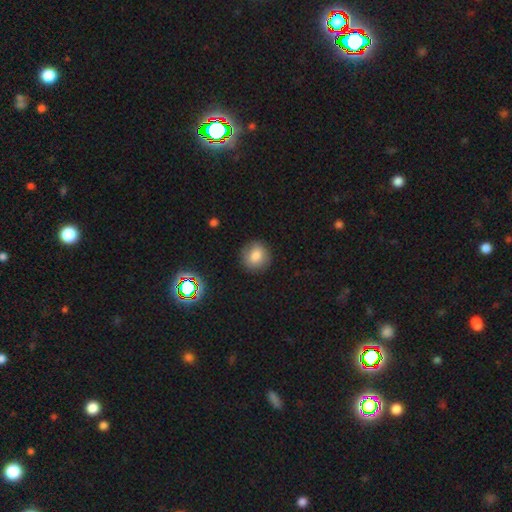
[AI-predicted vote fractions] smooth-or-featured: smooth: 81% | star or artifact: 11% | featured or disk: 9%
  how-rounded: round: 89% | in between: 10% | cigar-shaped: 1%
  merging: none: 87% | minor disturbance: 9% | major disturbance: 2% | merger: 1%